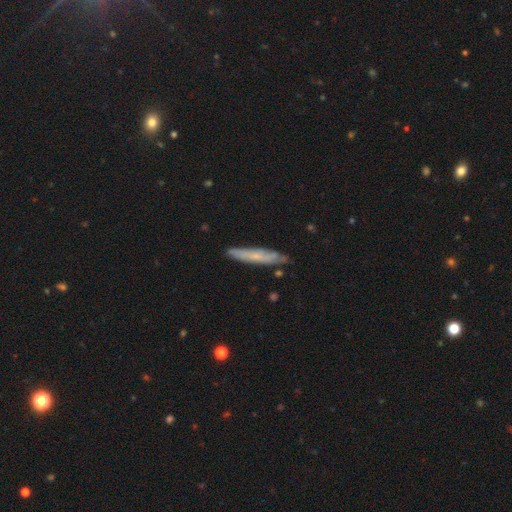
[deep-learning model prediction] A smooth galaxy with no disk features (55%) that is cigar-shaped (92%). Merging: none (81%).